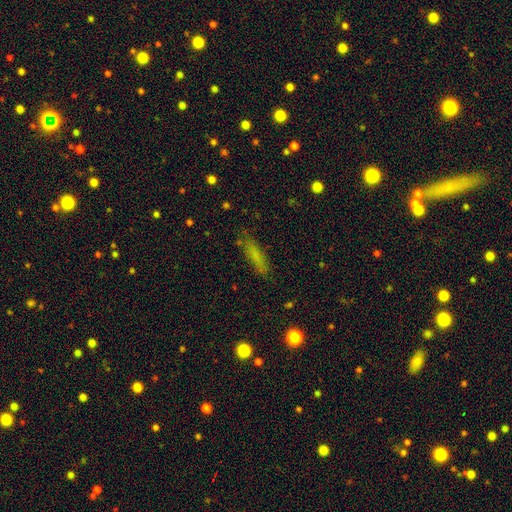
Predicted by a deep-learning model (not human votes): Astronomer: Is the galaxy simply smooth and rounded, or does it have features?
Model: smooth — 72%.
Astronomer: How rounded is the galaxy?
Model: cigar-shaped — 77%.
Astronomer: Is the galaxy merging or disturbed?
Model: none — 77%.